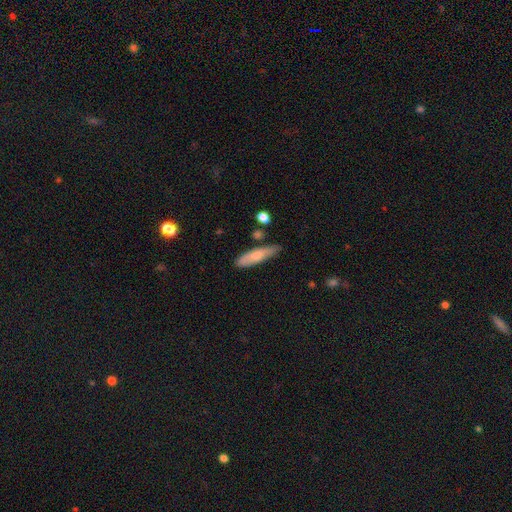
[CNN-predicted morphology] smooth-or-featured: smooth: 74% | featured or disk: 20% | star or artifact: 6%
  how-rounded: cigar-shaped: 69% | in between: 29% | round: 2%
  merging: none: 70% | minor disturbance: 21% | merger: 4% | major disturbance: 4%